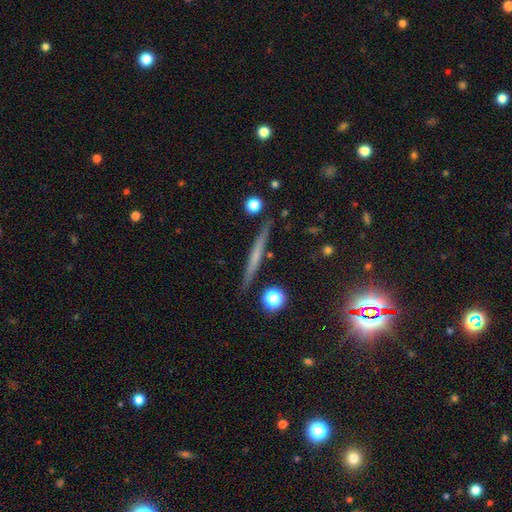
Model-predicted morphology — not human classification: This is possibly a featured or disk galaxy (47%). Merging: clearly none (89%).